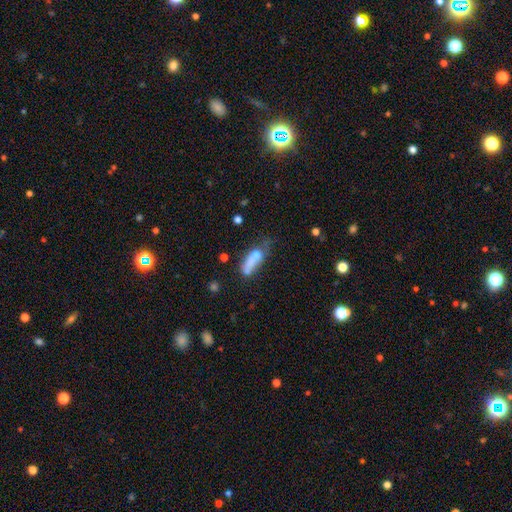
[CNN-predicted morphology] This appears to be a smooth galaxy with no disk features (64%) that is in between round and cigar-shaped (54%). Merging: major disturbance (28%).